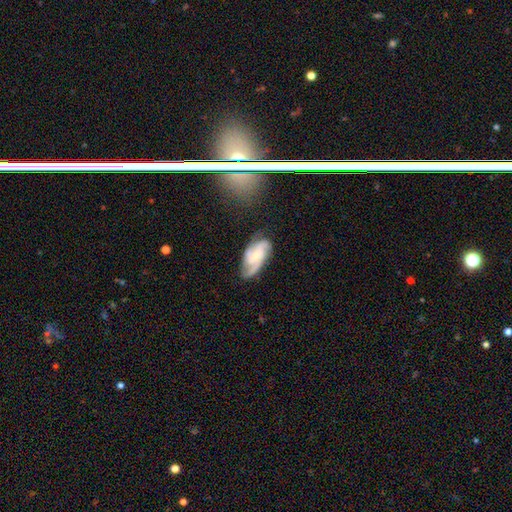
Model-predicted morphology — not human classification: Smooth or featured: featured or disk — 81% (smooth — 13%)
Edge-on disk: no — 96% (yes — 4%)
Bar: no — 52% (weak — 36%)
Spiral arms: yes — 96% (no — 4%)
Spiral winding: medium — 48% (tight — 37%)
Spiral arm count: 3 — 47% (2 — 30%)
Bulge size: small — 64% (moderate — 28%)
Merging: none — 67% (minor disturbance — 22%)